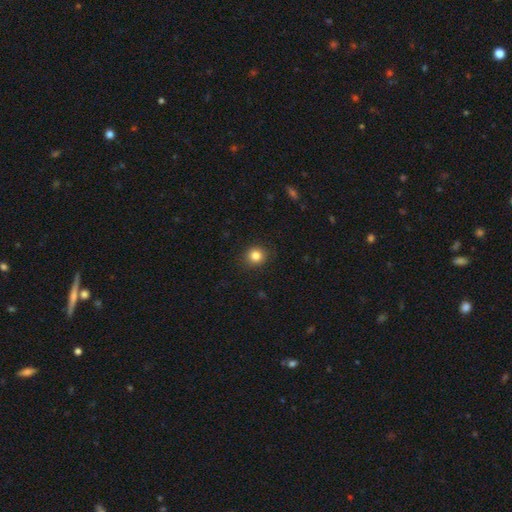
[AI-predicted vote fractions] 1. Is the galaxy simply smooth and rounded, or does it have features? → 83% smooth, 11% star or artifact, 5% featured or disk.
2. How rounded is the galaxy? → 88% round, 11% in between, 1% cigar-shaped.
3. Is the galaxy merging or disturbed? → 90% none, 7% minor disturbance, 2% major disturbance, 1% merger.